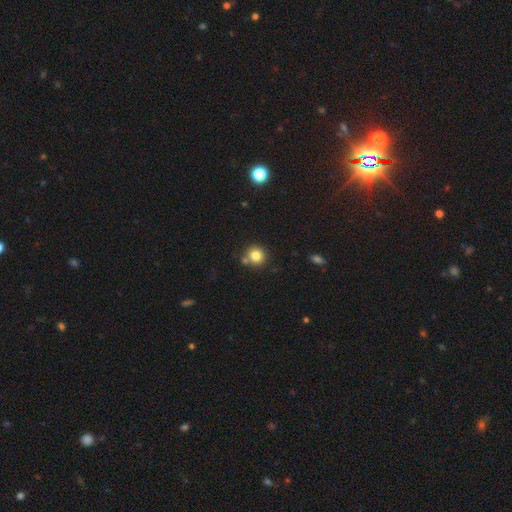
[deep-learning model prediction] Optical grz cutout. It shows a smooth galaxy with no disk features (81%) that is round (90%). Merging: none (73%).